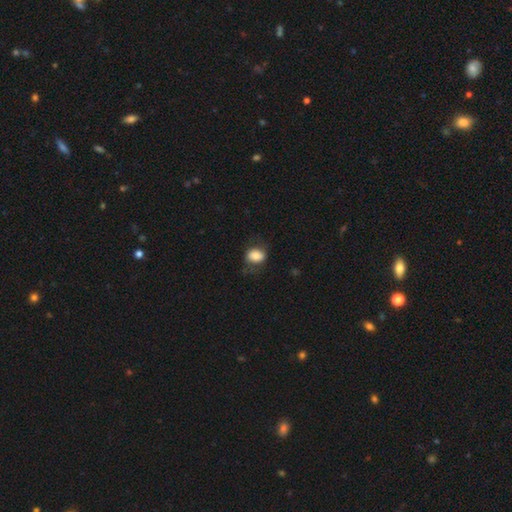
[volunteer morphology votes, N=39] Volunteers were most divided on "how rounded": in between: 56%, round: 44%, cigar-shaped: 0%. More confident: smooth or featured — smooth (82%); merging — none (71%).